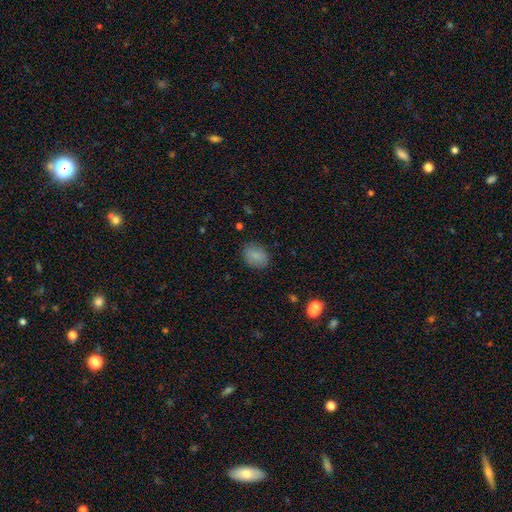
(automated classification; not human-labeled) Smooth or featured?
  - smooth: 85% *
  - star or artifact: 9%
  - featured or disk: 6%
How rounded?
  - in between: 64% *
  - round: 35%
  - cigar-shaped: 1%
Merging?
  - none: 84% *
  - minor disturbance: 12%
  - major disturbance: 3%
  - merger: 1%